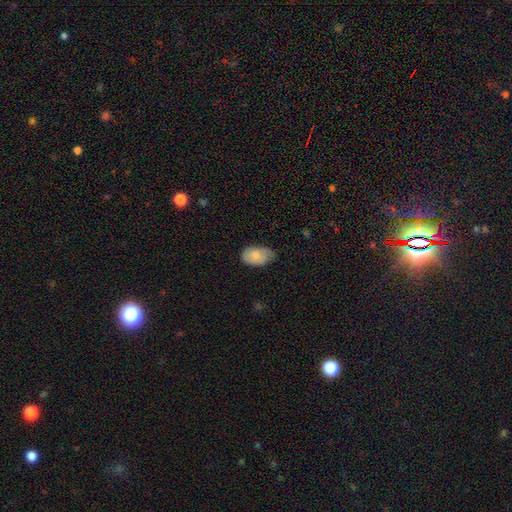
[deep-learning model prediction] smooth 79%, featured or disk 15%, star or artifact 6%. Down the decision tree: how rounded — in between (93%); merging — none (67%).